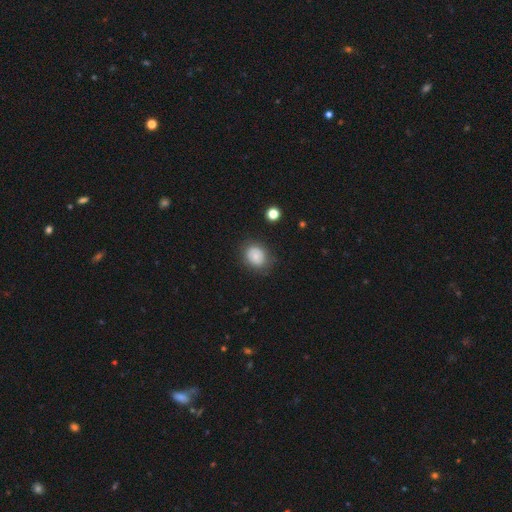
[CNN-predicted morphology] Overall: smooth (75%). How rounded: round (58%; in between 41%). Merging: none (76%).